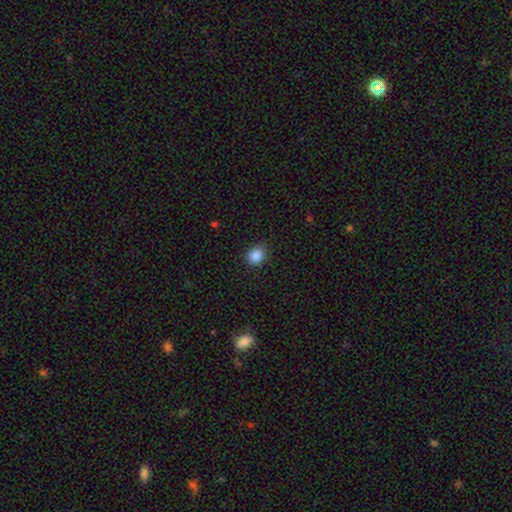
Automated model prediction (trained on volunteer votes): Smooth or featured? Predicted: smooth (p=0.87). How rounded? Predicted: round (p=0.68). Merging? Predicted: none (p=0.86).